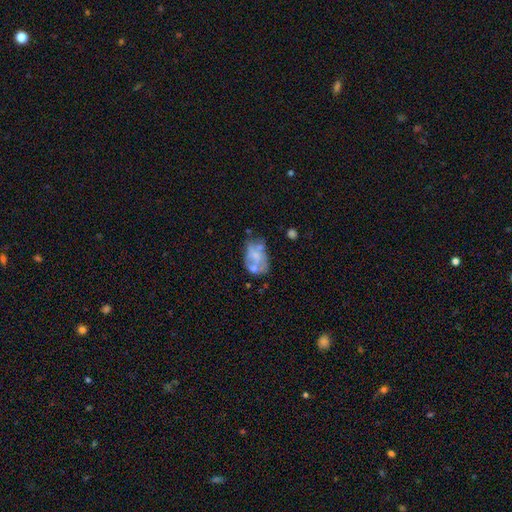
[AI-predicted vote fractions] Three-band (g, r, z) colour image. It shows a featured or disk galaxy (54%) with no bar (87%), no spiral arms (86%) and no central bulge (57%). Merging: none (36%).